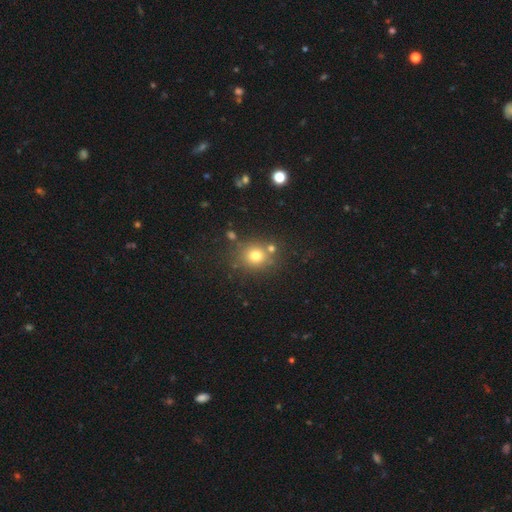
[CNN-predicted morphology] The model was most divided on "smooth or featured": smooth: 75%, star or artifact: 15%, featured or disk: 9%. More confident: how rounded — round (81%); merging — none (75%).